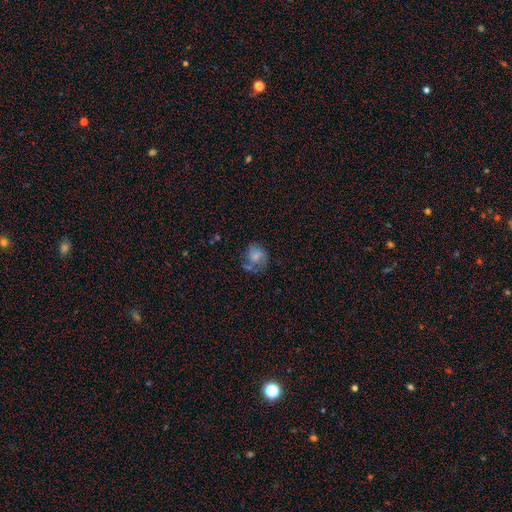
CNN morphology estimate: smooth 60%, featured or disk 29%, star or artifact 11%. Down the decision tree: how rounded — round (58%); merging — none (41%).